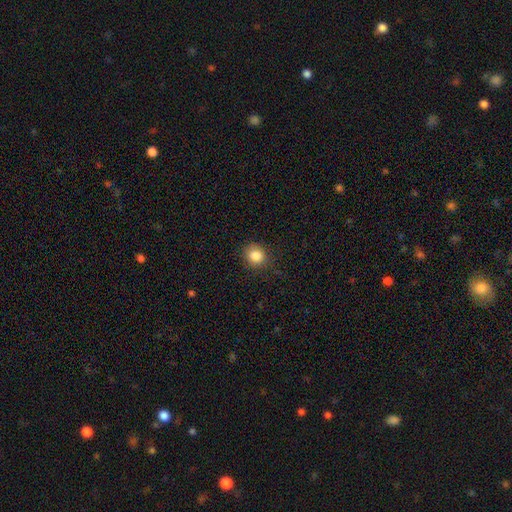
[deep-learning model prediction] Morphology: type=smooth (85%); roundness=round (82%); merging=none (84%).